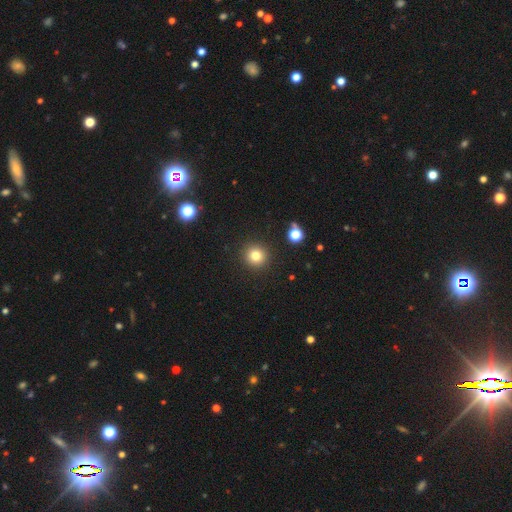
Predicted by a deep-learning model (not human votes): Smooth or featured?
  - smooth: 80% *
  - star or artifact: 13%
  - featured or disk: 7%
How rounded?
  - round: 93% *
  - in between: 6%
  - cigar-shaped: 1%
Merging?
  - none: 91% *
  - minor disturbance: 5%
  - major disturbance: 2%
  - merger: 2%